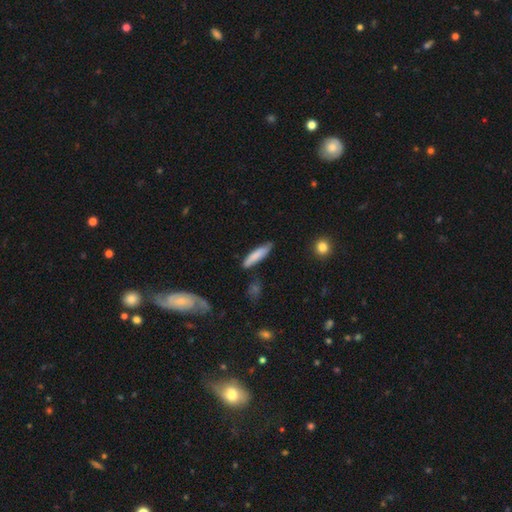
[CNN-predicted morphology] A smooth galaxy with no disk features (77%) that is cigar-shaped (81%).

Vote fractions:
- Smooth or featured? smooth: 77% / featured or disk: 17% / star or artifact: 6%
- How rounded? cigar-shaped: 81% / in between: 18% / round: 2%
- Merging? none: 76% / minor disturbance: 17% / major disturbance: 3% / merger: 3%